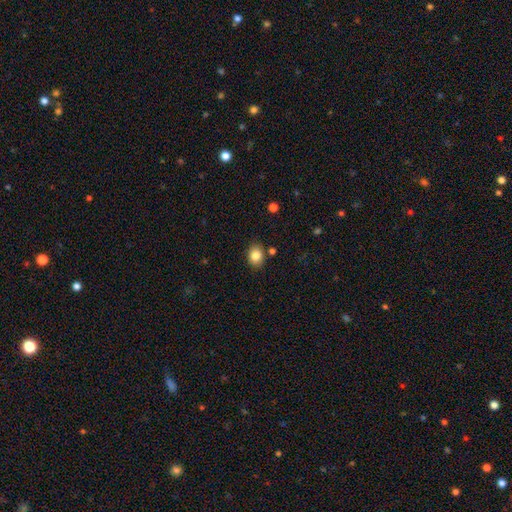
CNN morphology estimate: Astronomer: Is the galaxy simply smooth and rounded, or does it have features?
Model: smooth — 83%.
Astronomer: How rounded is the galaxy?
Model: round — 50%, tied with in between at 50%.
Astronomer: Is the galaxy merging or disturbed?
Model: none — 83%.